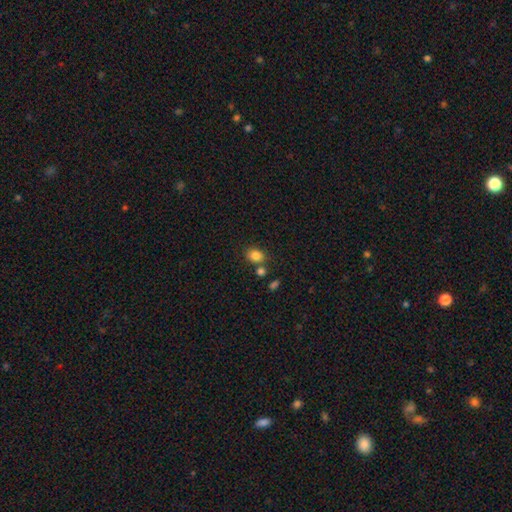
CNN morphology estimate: A smooth galaxy with no disk features (85%) that is in between round and cigar-shaped (58%). Merging: none (69%).